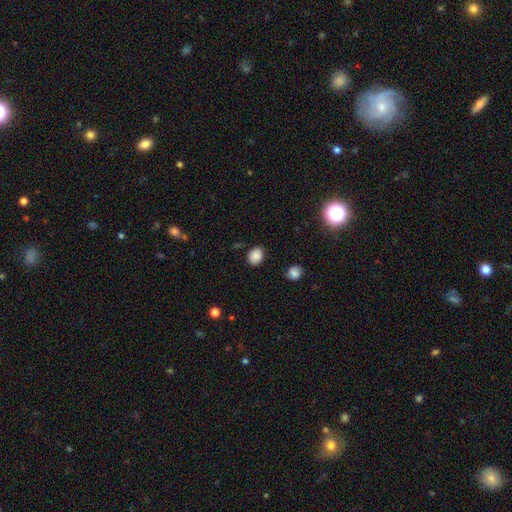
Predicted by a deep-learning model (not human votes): Smooth or featured?
  - smooth: 86% *
  - star or artifact: 10%
  - featured or disk: 4%
How rounded?
  - round: 53% *
  - in between: 46%
  - cigar-shaped: 1%
Merging?
  - none: 83% *
  - minor disturbance: 12%
  - major disturbance: 3%
  - merger: 2%